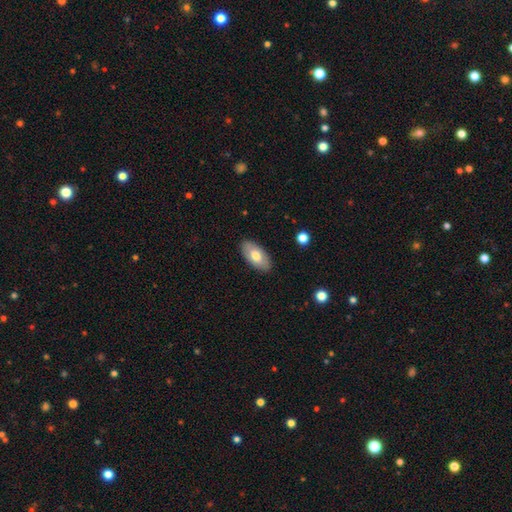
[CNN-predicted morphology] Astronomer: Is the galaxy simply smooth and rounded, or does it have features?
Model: smooth — 71%.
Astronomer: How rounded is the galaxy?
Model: in between — 94%.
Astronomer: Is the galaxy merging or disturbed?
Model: none — 87%.